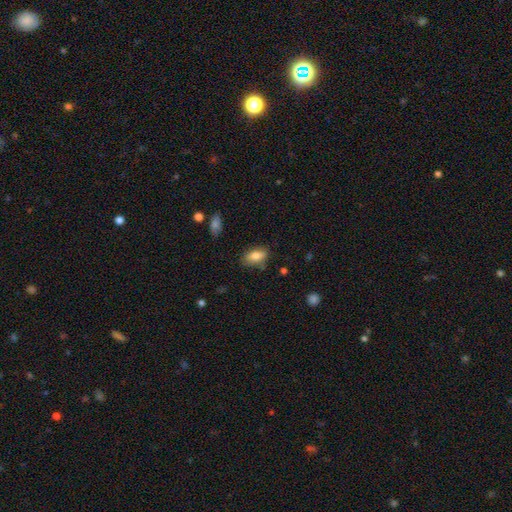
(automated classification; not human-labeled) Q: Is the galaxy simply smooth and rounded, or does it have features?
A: smooth — 80%.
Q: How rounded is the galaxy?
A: in between — 89%.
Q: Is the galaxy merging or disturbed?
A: none — 76%.